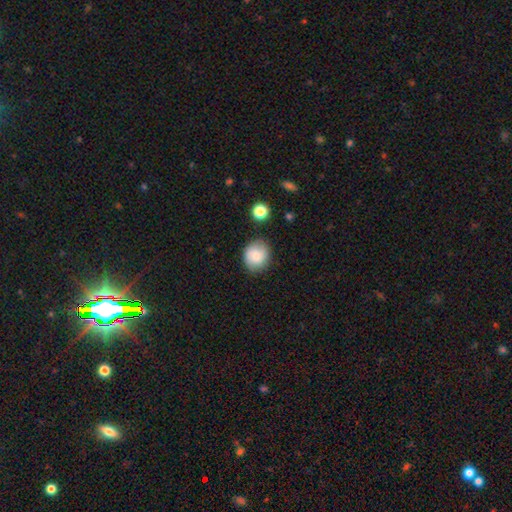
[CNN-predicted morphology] The model was most divided on "how rounded": round: 76%, in between: 23%, cigar-shaped: 1%. More confident: smooth or featured — smooth (77%); merging — none (77%).